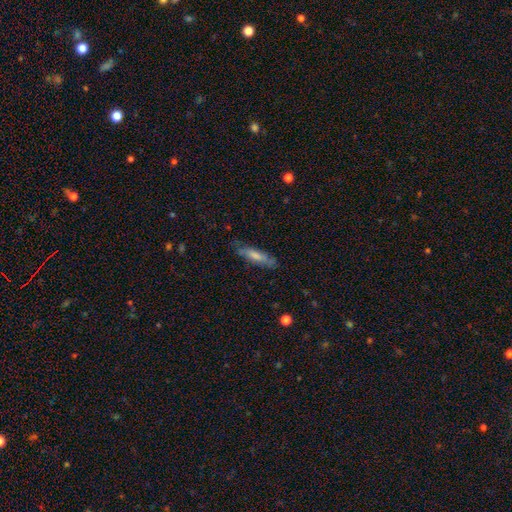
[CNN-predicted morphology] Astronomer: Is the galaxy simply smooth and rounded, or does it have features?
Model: smooth — 65%.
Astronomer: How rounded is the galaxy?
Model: cigar-shaped — 66%.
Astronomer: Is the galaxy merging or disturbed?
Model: none — 72%.